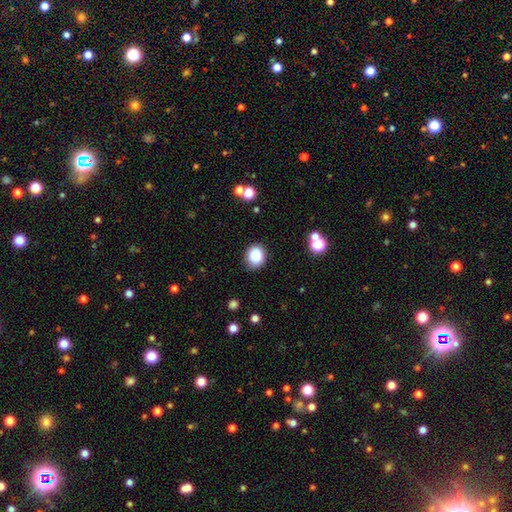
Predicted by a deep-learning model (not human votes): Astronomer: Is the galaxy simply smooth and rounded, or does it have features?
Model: smooth — 86%.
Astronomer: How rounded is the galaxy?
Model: round — 62%.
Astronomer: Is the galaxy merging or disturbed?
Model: none — 83%.